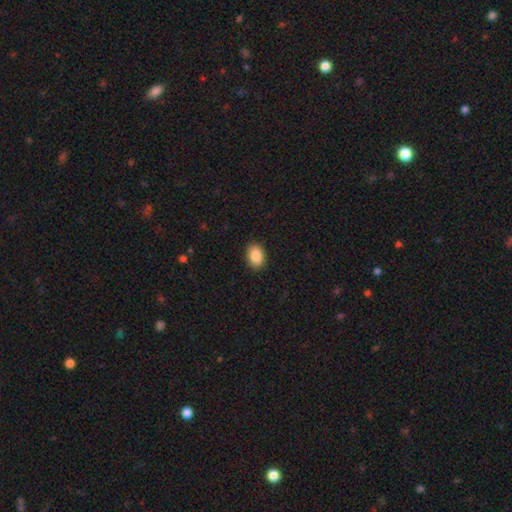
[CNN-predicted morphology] A smooth galaxy with no disk features (89%) that is in between round and cigar-shaped (87%).

Vote fractions:
- Smooth or featured? smooth: 89% / star or artifact: 7% / featured or disk: 4%
- How rounded? in between: 87% / round: 12% / cigar-shaped: 1%
- Merging? none: 90% / minor disturbance: 7% / major disturbance: 2% / merger: 1%